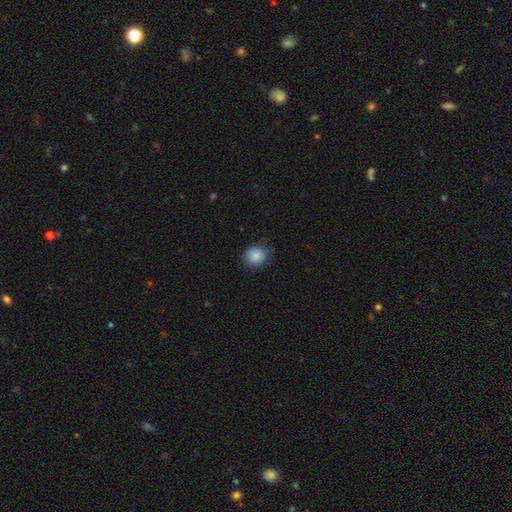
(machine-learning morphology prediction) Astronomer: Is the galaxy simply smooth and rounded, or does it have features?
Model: smooth — 87%.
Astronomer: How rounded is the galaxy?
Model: round — 81%.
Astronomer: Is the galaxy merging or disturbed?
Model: none — 79%.